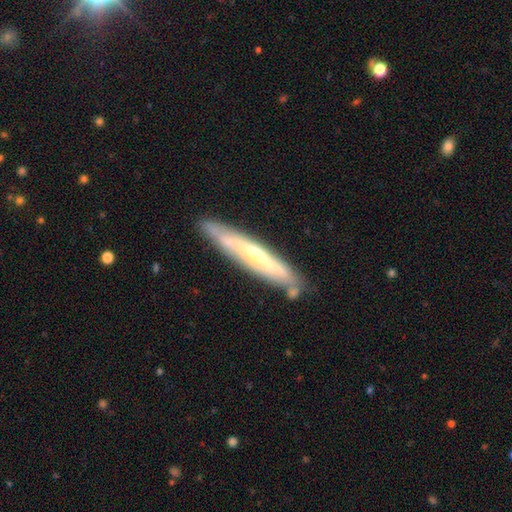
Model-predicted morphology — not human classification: Overall: featured or disk (63%; smooth 32%). Edge-on disk: yes (80%). Edge-on bulge: rounded (55%; none 37%). Merging: none (78%).